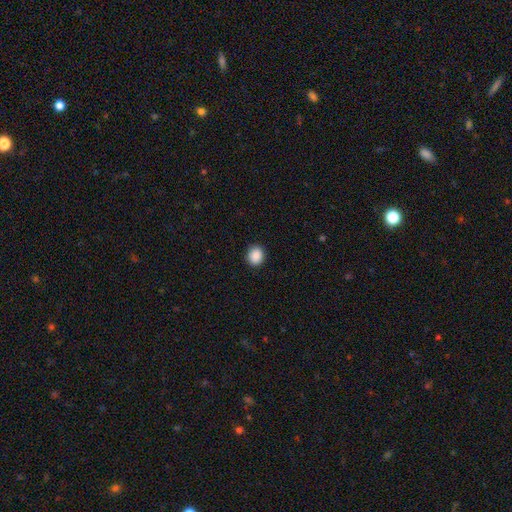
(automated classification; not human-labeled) Smooth or featured? smooth (90%)
How rounded? round (71%)
Merging? none (90%)